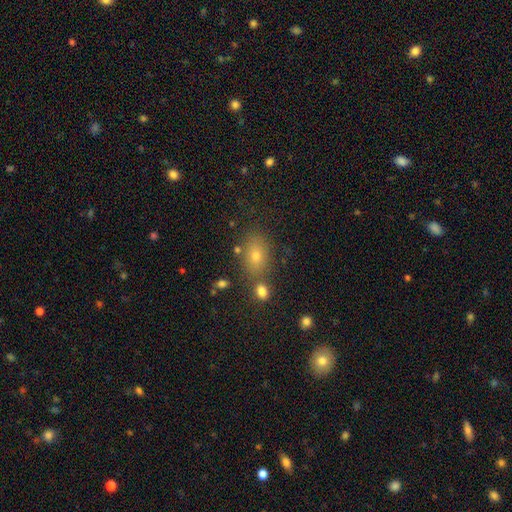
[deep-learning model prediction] Smooth or featured? smooth (67%)
How rounded? in between (76%)
Merging? none (71%)